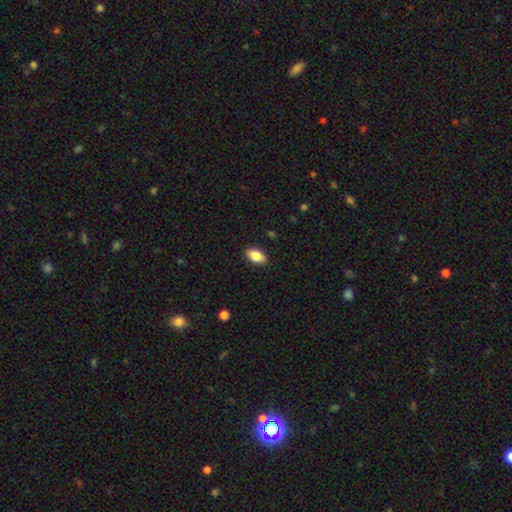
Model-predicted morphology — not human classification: type=smooth (85%); roundness=in between (91%); merging=none (89%).